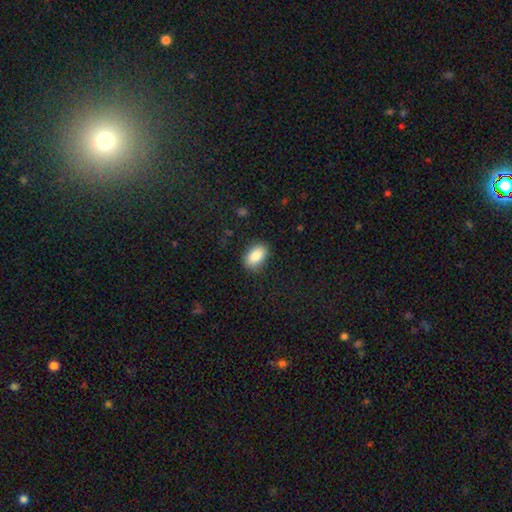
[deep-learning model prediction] smooth_or_featured: smooth (p=0.86) [alt: star or artifact p=0.07]
how_rounded: in between (p=0.89) [alt: round p=0.09]
merging: none (p=0.86) [alt: minor disturbance p=0.10]